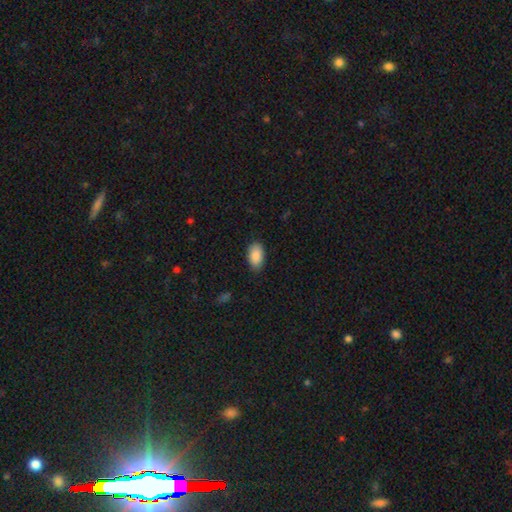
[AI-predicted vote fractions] Smooth or featured? Predicted: smooth (p=0.89). How rounded? Predicted: in between (p=0.94). Merging? Predicted: none (p=0.85).